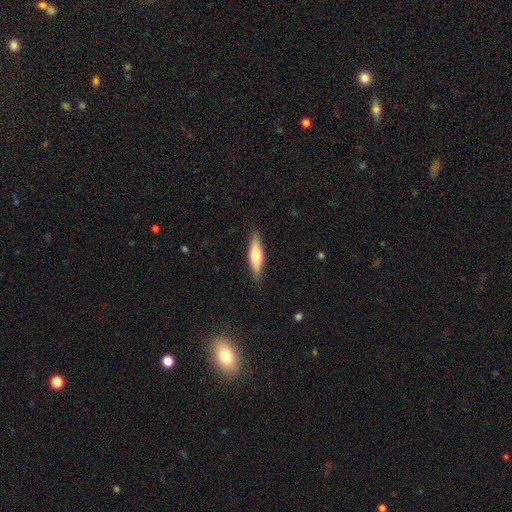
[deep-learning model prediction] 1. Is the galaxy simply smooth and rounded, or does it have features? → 55% smooth, 39% featured or disk, 5% star or artifact.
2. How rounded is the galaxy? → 68% cigar-shaped, 30% in between, 2% round.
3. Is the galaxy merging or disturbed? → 88% none, 9% minor disturbance, 2% major disturbance, 1% merger.